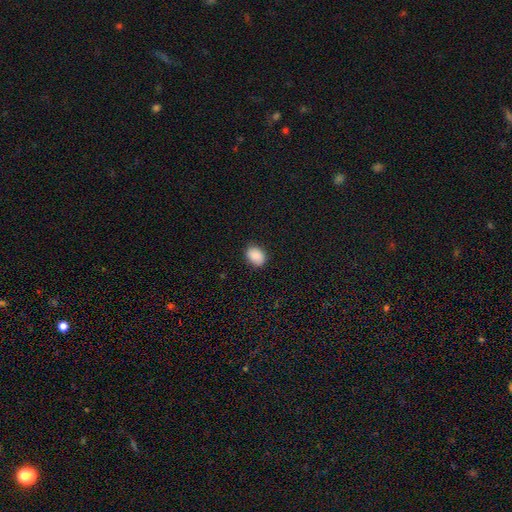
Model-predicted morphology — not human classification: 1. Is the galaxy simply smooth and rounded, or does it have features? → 87% smooth, 8% star or artifact, 5% featured or disk.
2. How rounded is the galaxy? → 70% in between, 29% round, 1% cigar-shaped.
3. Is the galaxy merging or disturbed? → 85% none, 11% minor disturbance, 2% major disturbance, 1% merger.